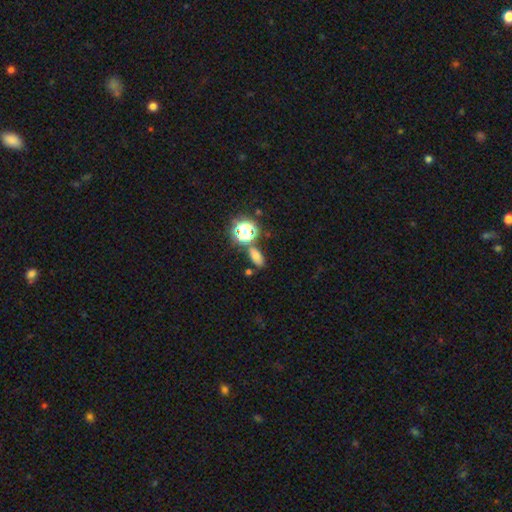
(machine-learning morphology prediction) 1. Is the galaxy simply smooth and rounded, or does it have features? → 69% smooth, 24% star or artifact, 7% featured or disk.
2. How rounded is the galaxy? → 82% in between, 14% round, 5% cigar-shaped.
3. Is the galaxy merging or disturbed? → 74% none, 13% minor disturbance, 10% merger, 4% major disturbance.